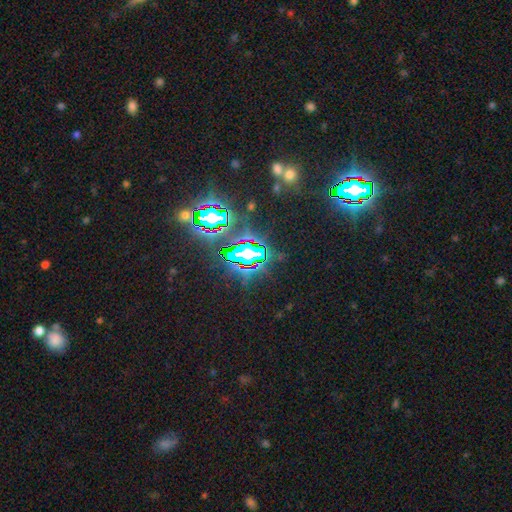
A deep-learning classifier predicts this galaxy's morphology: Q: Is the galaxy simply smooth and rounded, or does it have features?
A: star or artifact — 83%.